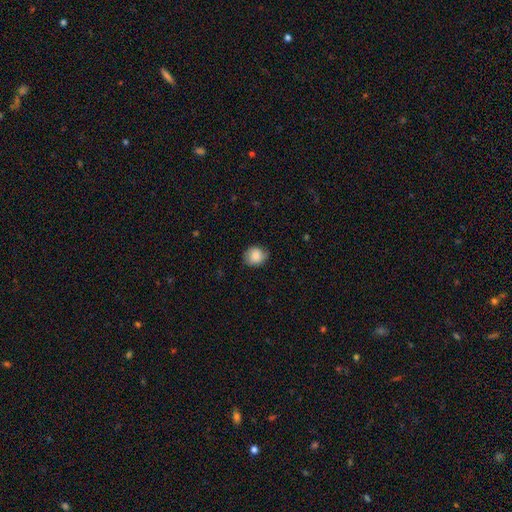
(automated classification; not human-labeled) Q: Smooth or featured?
A: smooth (80%); runner-up: featured or disk (11%)
Q: How rounded?
A: round (69%); runner-up: in between (30%)
Q: Merging?
A: none (76%); runner-up: minor disturbance (19%)